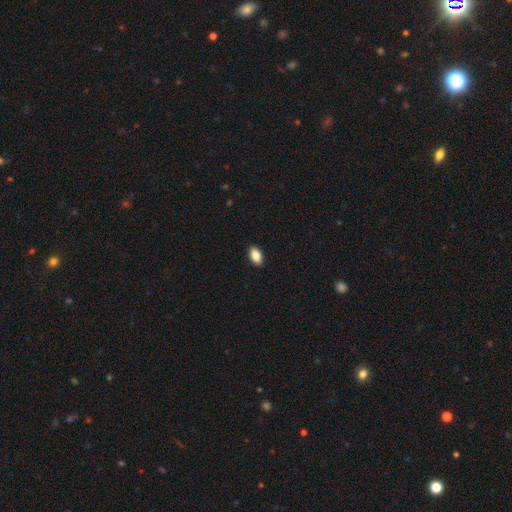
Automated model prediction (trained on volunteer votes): Smooth or featured: smooth — 88% (star or artifact — 7%)
How rounded: in between — 93% (round — 5%)
Merging: none — 91% (minor disturbance — 7%)